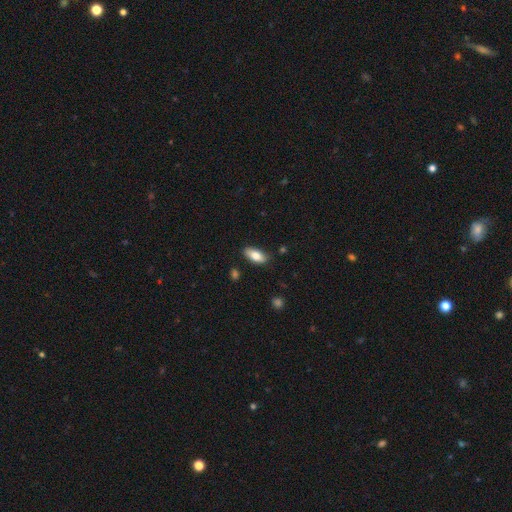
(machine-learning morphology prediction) A smooth galaxy with no disk features (79%) that is in between round and cigar-shaped (86%). Merging: none (82%).